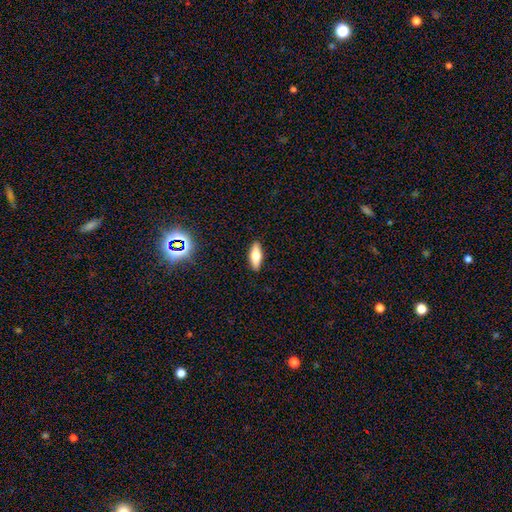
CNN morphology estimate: Smooth or featured? smooth (65%)
How rounded? in between (67%)
Merging? none (89%)